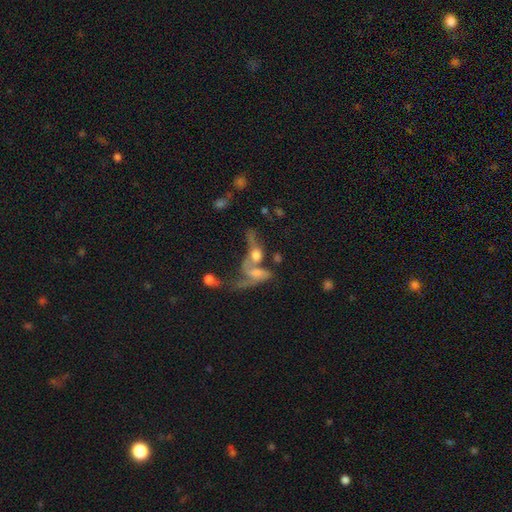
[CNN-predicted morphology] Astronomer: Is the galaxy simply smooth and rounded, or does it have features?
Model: featured or disk — 47% (runner-up: smooth, 39%).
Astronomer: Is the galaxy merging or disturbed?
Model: merger — 62%.